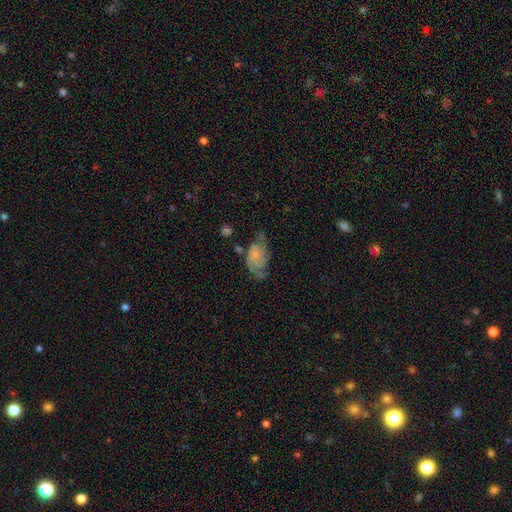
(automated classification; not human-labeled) A featured or disk galaxy (61%) with no bar (77%), 2 (40%) medium (41%) spiral arms (85%) and a small central bulge (51%). Merging: none (43%).